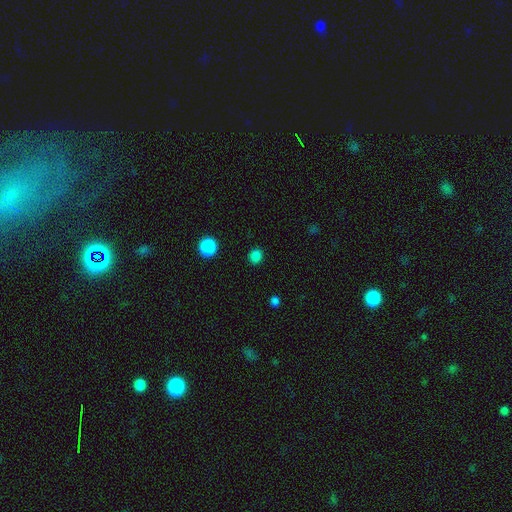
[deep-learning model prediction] A smooth galaxy with no disk features (82%) that is round (82%). Merging: none (89%).